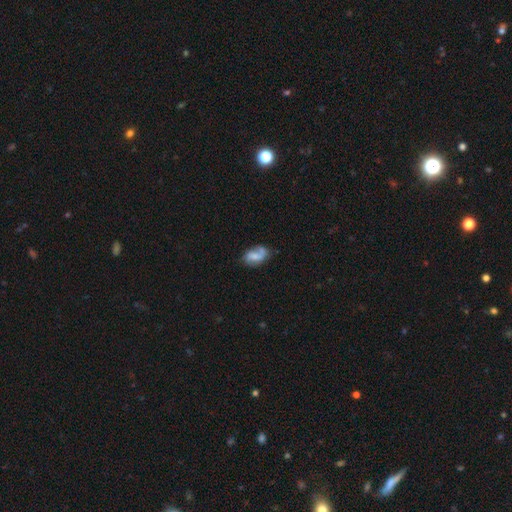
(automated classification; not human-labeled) The model was most divided on "smooth or featured": smooth: 47%, featured or disk: 45%, star or artifact: 8%. Remaining: merging — none (45%).